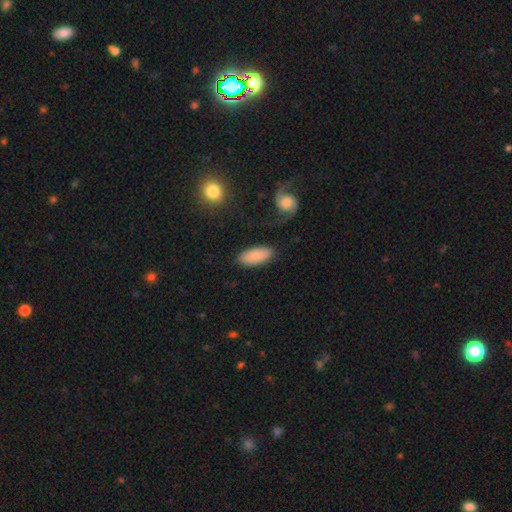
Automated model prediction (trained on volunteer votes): A smooth galaxy with no disk features (82%) that is in between round and cigar-shaped (88%).

Vote fractions:
- Smooth or featured? smooth: 82% / featured or disk: 12% / star or artifact: 6%
- How rounded? in between: 88% / cigar-shaped: 9% / round: 2%
- Merging? none: 82% / minor disturbance: 12% / major disturbance: 3% / merger: 3%